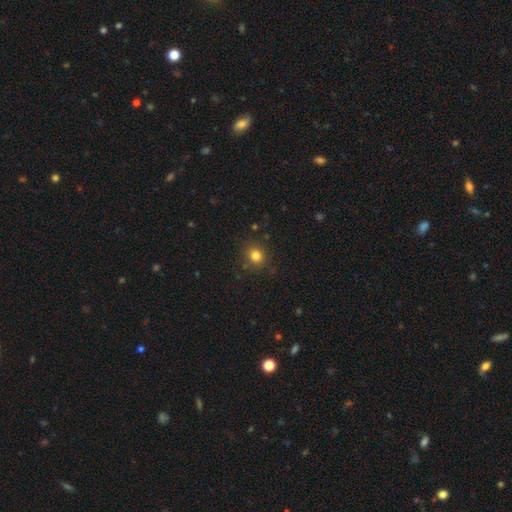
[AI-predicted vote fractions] Smooth or featured? Predicted: smooth (p=0.81). How rounded? Predicted: round (p=0.78). Merging? Predicted: none (p=0.85).